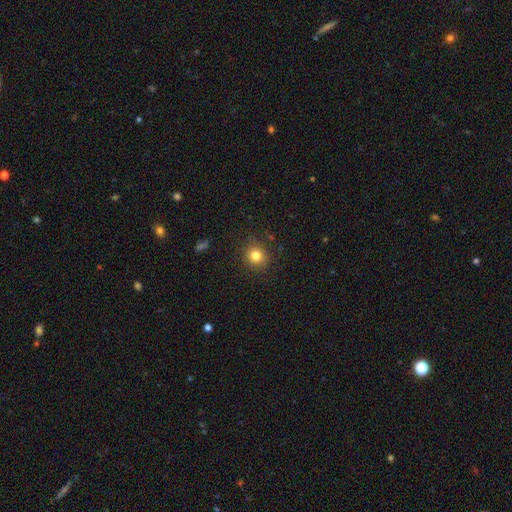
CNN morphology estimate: A smooth galaxy with no disk features (81%) that is round (85%). Merging: none (87%).